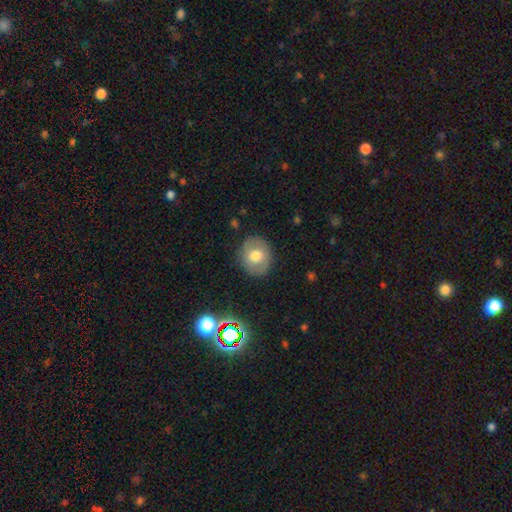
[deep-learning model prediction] This is likely a smooth galaxy (64%). How rounded: likely round (73%). Merging: clearly none (85%).